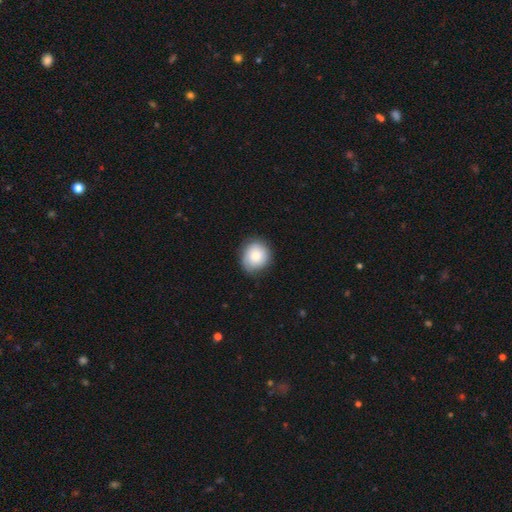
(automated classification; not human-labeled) Q: Smooth or featured?
A: smooth (80%); runner-up: featured or disk (13%)
Q: How rounded?
A: round (79%); runner-up: in between (20%)
Q: Merging?
A: none (83%); runner-up: minor disturbance (14%)